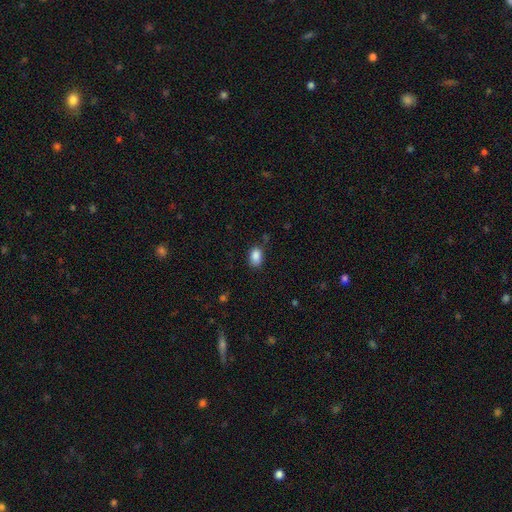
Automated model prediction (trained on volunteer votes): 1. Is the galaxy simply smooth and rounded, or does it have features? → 87% smooth, 9% star or artifact, 4% featured or disk.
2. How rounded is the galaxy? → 85% in between, 14% round, 1% cigar-shaped.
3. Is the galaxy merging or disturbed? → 77% none, 17% minor disturbance, 4% major disturbance, 2% merger.